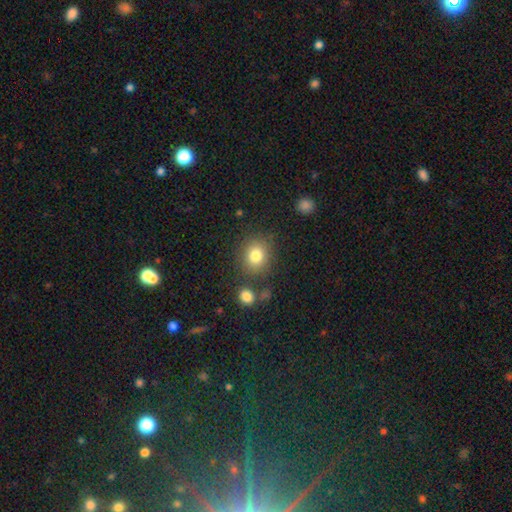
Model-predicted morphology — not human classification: Smooth or featured: smooth — 80% (star or artifact — 12%)
How rounded: round — 78% (in between — 21%)
Merging: none — 79% (minor disturbance — 11%)